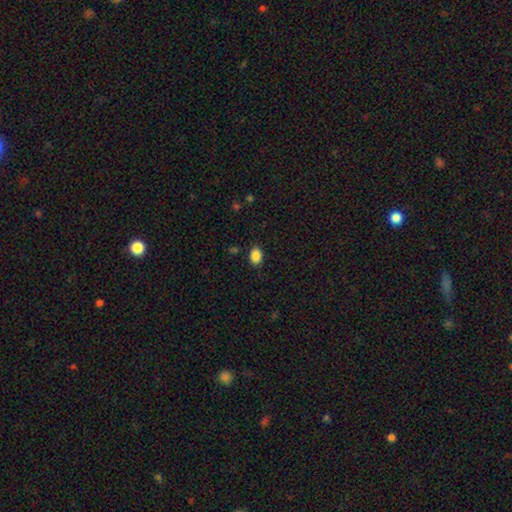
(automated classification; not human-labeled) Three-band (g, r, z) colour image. It shows a smooth galaxy with no disk features (87%) that is in between round and cigar-shaped (77%). Merging: none (87%).